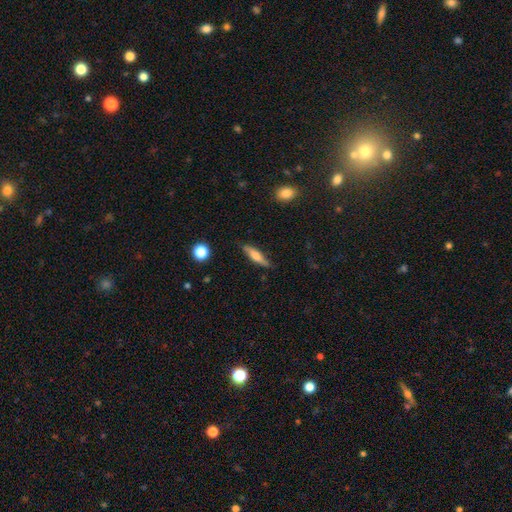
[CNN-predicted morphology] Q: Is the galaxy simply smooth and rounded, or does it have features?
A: smooth — 57%.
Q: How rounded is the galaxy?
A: cigar-shaped — 76%.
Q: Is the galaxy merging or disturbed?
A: none — 79%.